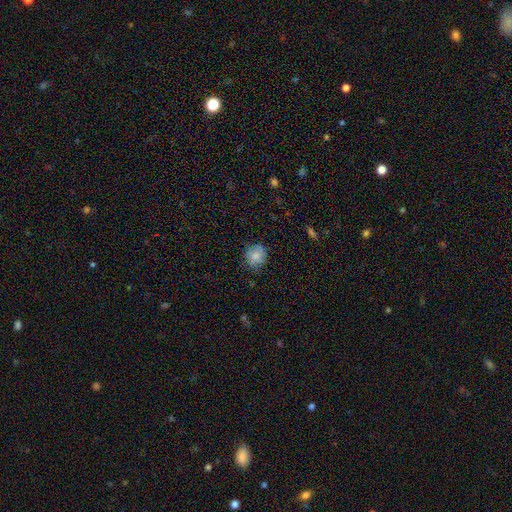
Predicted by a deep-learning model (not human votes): Overall: smooth (77%). How rounded: round (76%). Merging: none (72%).